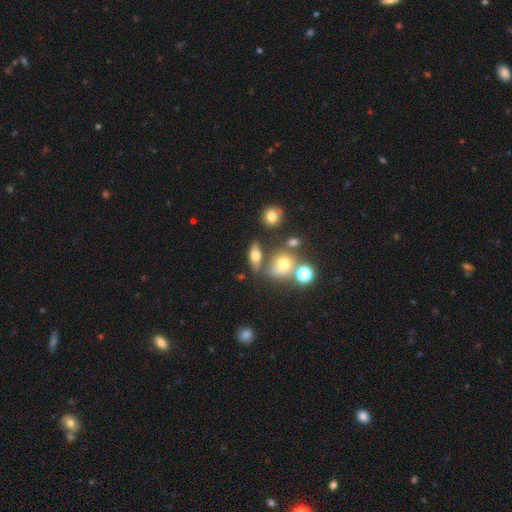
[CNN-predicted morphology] This appears to be a smooth galaxy with no disk features (58%) that is in between round and cigar-shaped (65%). Merging: none (64%).